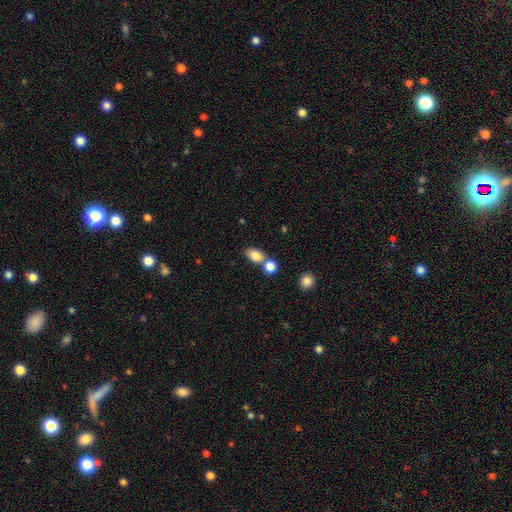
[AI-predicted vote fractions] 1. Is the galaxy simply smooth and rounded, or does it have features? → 83% smooth, 9% star or artifact, 8% featured or disk.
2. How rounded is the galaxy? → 77% in between, 21% round, 2% cigar-shaped.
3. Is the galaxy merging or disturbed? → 49% none, 37% merger, 10% minor disturbance, 3% major disturbance.